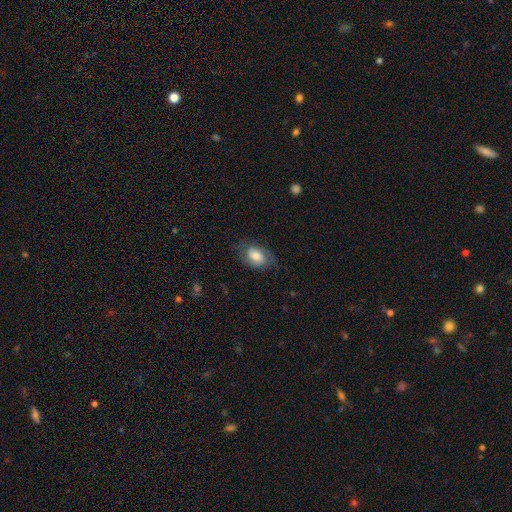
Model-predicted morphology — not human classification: Smooth or featured? smooth (65%)
How rounded? in between (85%)
Merging? none (70%)